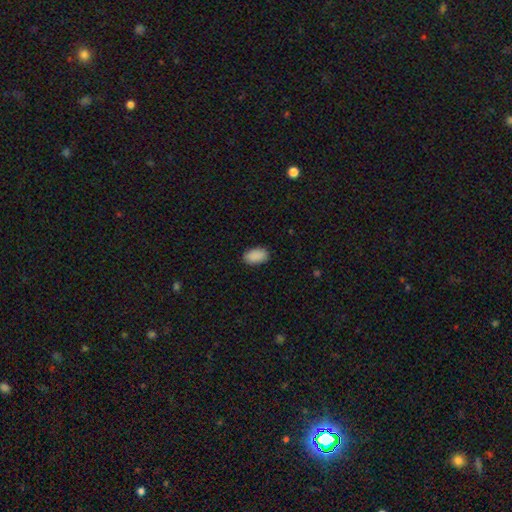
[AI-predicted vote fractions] Smooth or featured: smooth — 90% (star or artifact — 7%)
How rounded: in between — 93% (round — 5%)
Merging: none — 87% (minor disturbance — 9%)